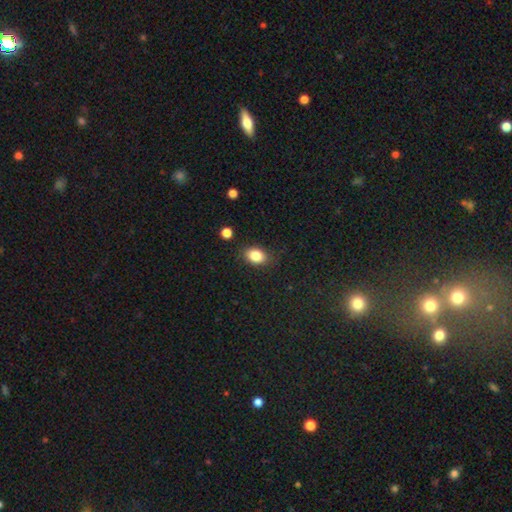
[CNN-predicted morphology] Smooth or featured?
  - smooth: 85% *
  - star or artifact: 9%
  - featured or disk: 6%
How rounded?
  - in between: 74% *
  - round: 25%
  - cigar-shaped: 1%
Merging?
  - none: 82% *
  - minor disturbance: 13%
  - major disturbance: 3%
  - merger: 2%